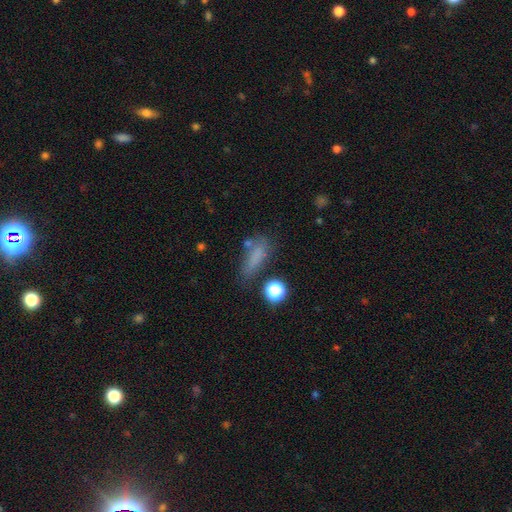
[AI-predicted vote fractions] smooth-or-featured: smooth: 70% | star or artifact: 17% | featured or disk: 13%
  how-rounded: in between: 48% | cigar-shaped: 43% | round: 9%
  merging: none: 58% | minor disturbance: 22% | major disturbance: 12% | merger: 8%